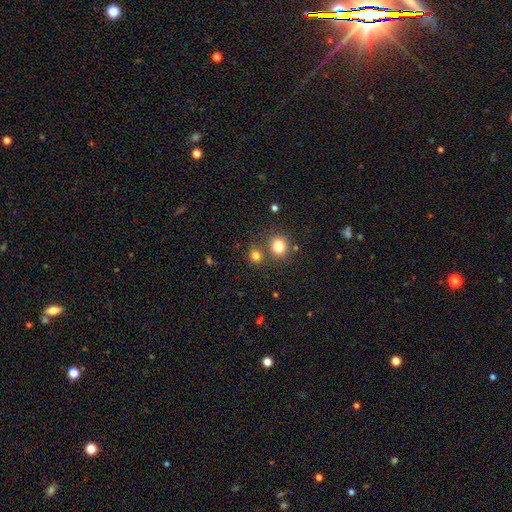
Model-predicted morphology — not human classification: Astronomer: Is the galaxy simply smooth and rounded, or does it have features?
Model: smooth — 79%.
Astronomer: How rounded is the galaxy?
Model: round — 76%.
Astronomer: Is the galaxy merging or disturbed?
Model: none — 67%.